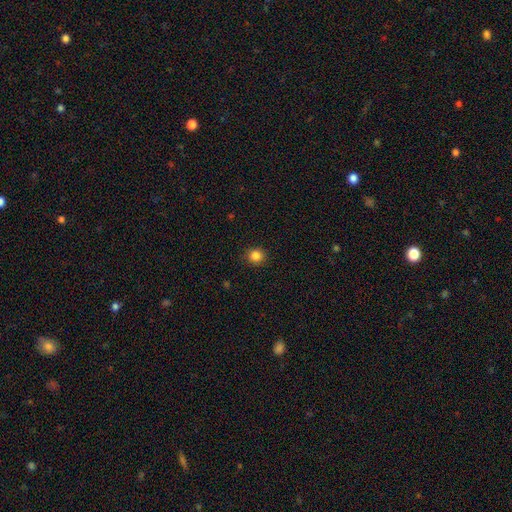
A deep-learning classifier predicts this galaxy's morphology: Smooth or featured? smooth (85%)
How rounded? round (89%)
Merging? none (91%)